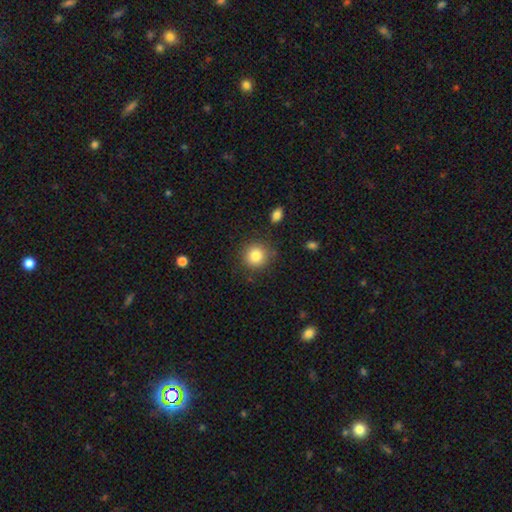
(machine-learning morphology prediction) Smooth or featured?
  - smooth: 83% *
  - star or artifact: 10%
  - featured or disk: 7%
How rounded?
  - round: 92% *
  - in between: 7%
  - cigar-shaped: 1%
Merging?
  - none: 85% *
  - minor disturbance: 9%
  - major disturbance: 3%
  - merger: 2%